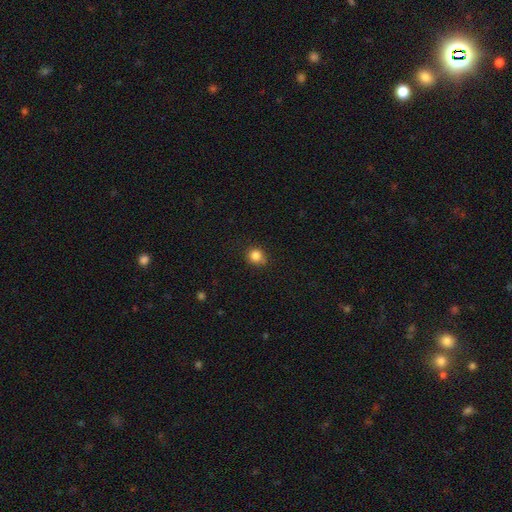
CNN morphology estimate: A smooth galaxy with no disk features (84%) that is round (85%).

Vote fractions:
- Smooth or featured? smooth: 84% / star or artifact: 11% / featured or disk: 5%
- How rounded? round: 85% / in between: 14% / cigar-shaped: 1%
- Merging? none: 79% / minor disturbance: 17% / major disturbance: 3% / merger: 2%